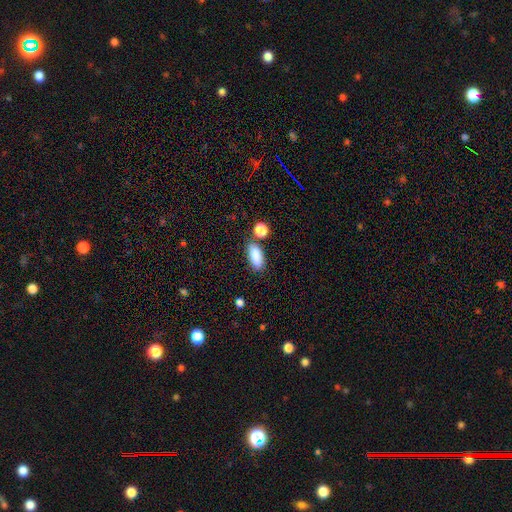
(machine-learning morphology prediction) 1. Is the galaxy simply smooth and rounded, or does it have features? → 87% smooth, 8% star or artifact, 5% featured or disk.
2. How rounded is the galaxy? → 82% in between, 14% cigar-shaped, 4% round.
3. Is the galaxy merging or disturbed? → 74% none, 13% minor disturbance, 9% merger, 4% major disturbance.